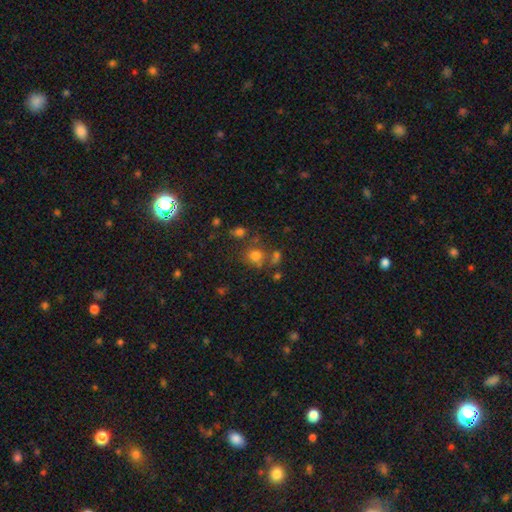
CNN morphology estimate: This appears to be a smooth galaxy with no disk features (71%) that is round (79%). Merging: none (58%).